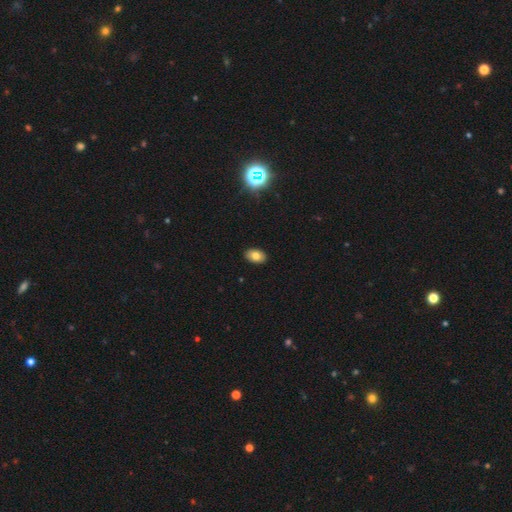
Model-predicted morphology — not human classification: smooth 79%, featured or disk 11%, star or artifact 10%. Down the decision tree: how rounded — in between (88%); merging — none (90%).